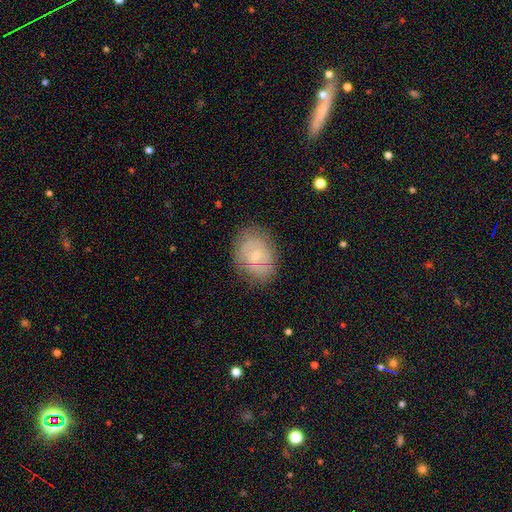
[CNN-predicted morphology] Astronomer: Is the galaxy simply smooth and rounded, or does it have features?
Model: featured or disk — 49% (runner-up: smooth, 43%).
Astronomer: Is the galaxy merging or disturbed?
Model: none — 77%.